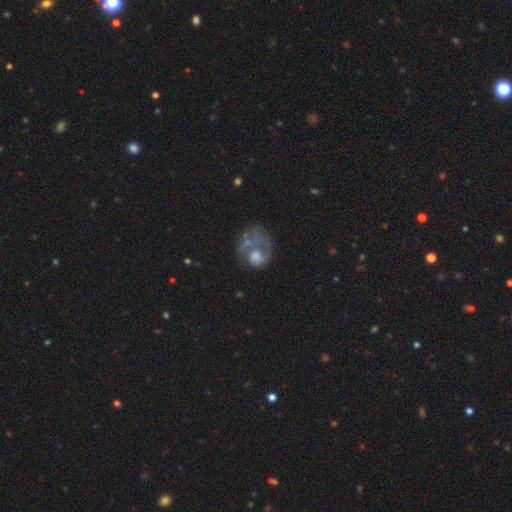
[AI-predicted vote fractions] This is possibly a featured or disk galaxy (49%). Merging: marginally major disturbance (39%).